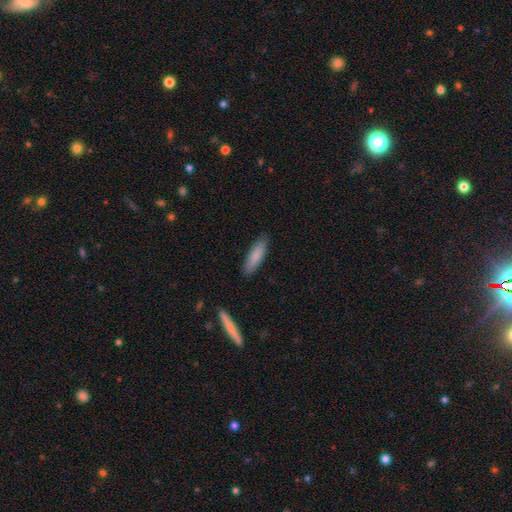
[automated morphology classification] This appears to be a smooth galaxy with no disk features (84%) that is cigar-shaped (54%). Merging: none (86%).